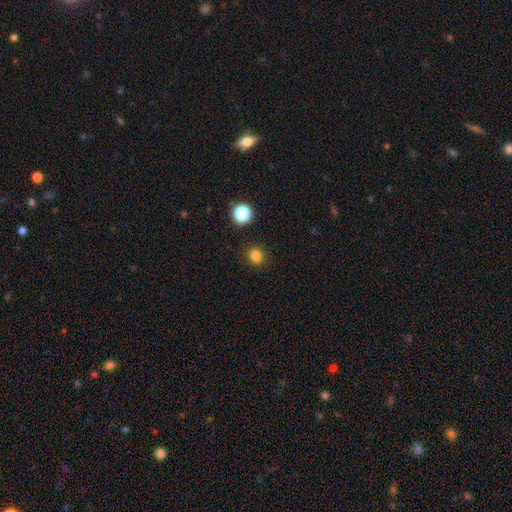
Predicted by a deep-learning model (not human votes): Morphology: type=smooth (81%); roundness=round (84%); merging=none (89%).